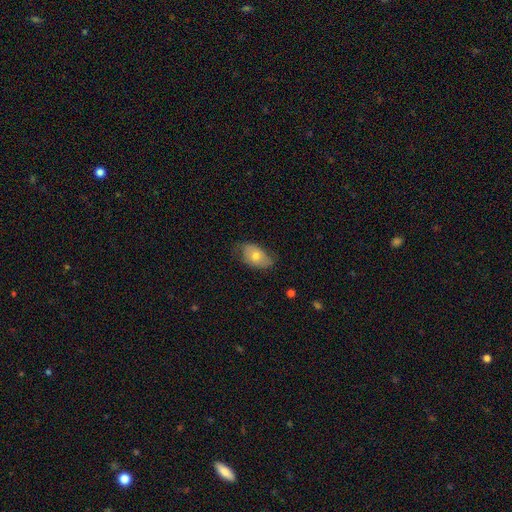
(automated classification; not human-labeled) Smooth or featured? Predicted: smooth (p=0.65). How rounded? Predicted: in between (p=0.89). Merging? Predicted: none (p=0.60).